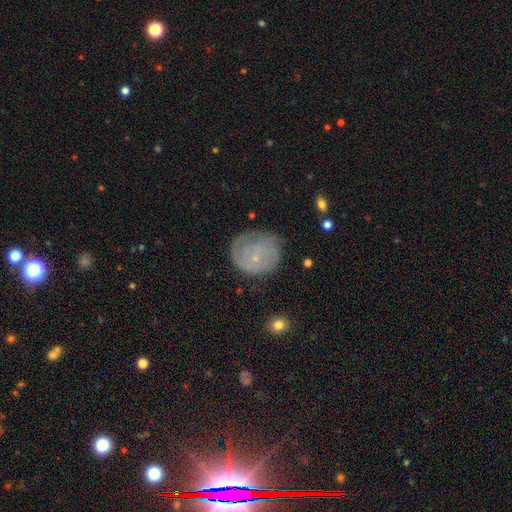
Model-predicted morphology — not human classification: Smooth or featured? featured or disk (61%)
Edge-on disk? no (97%)
Bar? no (80%)
Spiral arms? yes (82%)
Bulge size? small (84%)
Merging? none (67%)